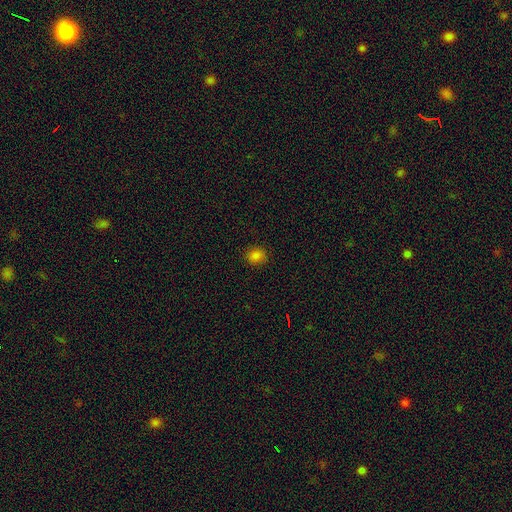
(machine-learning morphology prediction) smooth_or_featured: smooth (p=0.83) [alt: star or artifact p=0.14]
how_rounded: round (p=0.72) [alt: in between p=0.27]
merging: none (p=0.89) [alt: minor disturbance p=0.08]